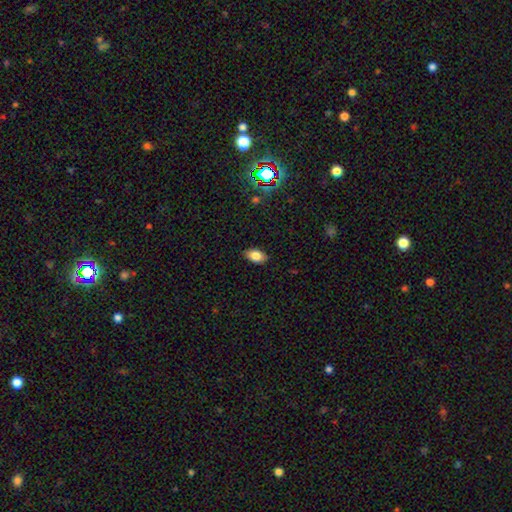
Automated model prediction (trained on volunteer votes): Smooth or featured? smooth (82%)
How rounded? in between (91%)
Merging? none (87%)